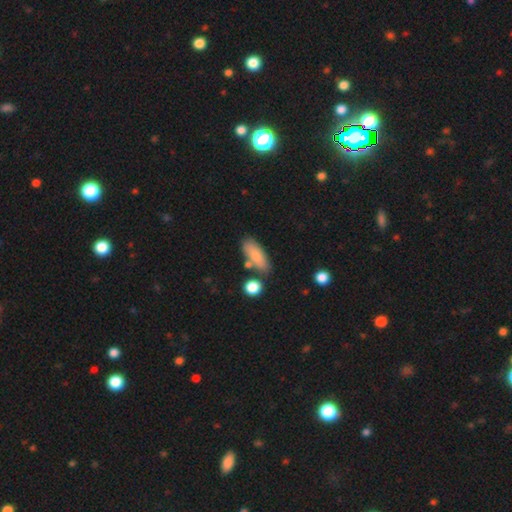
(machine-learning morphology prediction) Smooth or featured: smooth — 80% (featured or disk — 14%)
How rounded: in between — 71% (cigar-shaped — 26%)
Merging: none — 69% (minor disturbance — 16%)